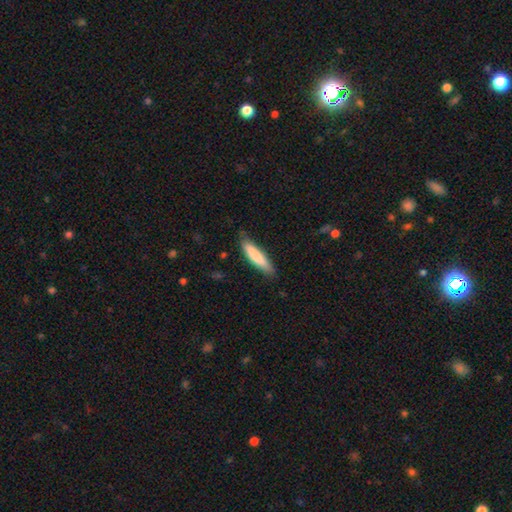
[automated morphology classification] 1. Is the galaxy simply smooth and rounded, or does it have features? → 81% smooth, 14% featured or disk, 5% star or artifact.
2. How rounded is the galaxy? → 79% cigar-shaped, 20% in between, 1% round.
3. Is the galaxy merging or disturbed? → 80% none, 16% minor disturbance, 3% major disturbance, 1% merger.